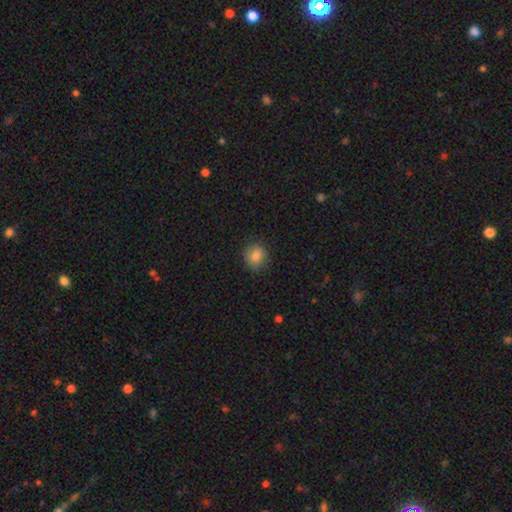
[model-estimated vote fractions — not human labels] smooth_or_featured: smooth (p=0.85) [alt: star or artifact p=0.10]
how_rounded: round (p=0.72) [alt: in between p=0.27]
merging: none (p=0.86) [alt: minor disturbance p=0.11]